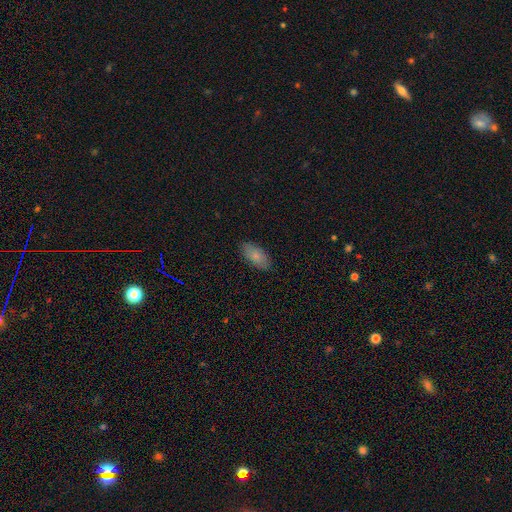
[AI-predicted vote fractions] smooth-or-featured: smooth: 82% | featured or disk: 11% | star or artifact: 7%
  how-rounded: in between: 92% | cigar-shaped: 6% | round: 2%
  merging: none: 86% | minor disturbance: 11% | major disturbance: 2% | merger: 1%